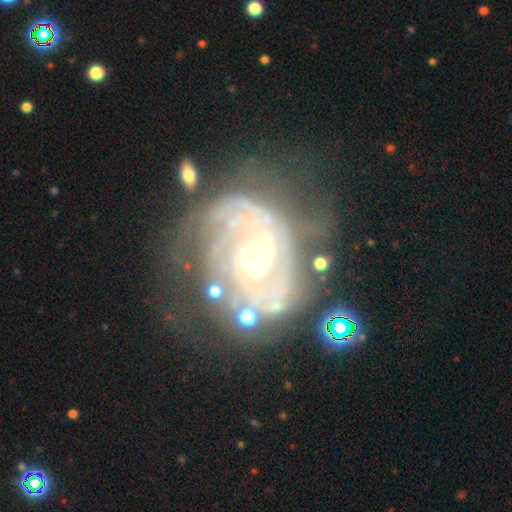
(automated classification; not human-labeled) featured or disk 89%, star or artifact 6%, smooth 5%. Down the decision tree: edge-on disk — no (97%); bar — no (68%); spiral arms — yes (95%); spiral arm count — 2 (33%); spiral winding — tight (70%); bulge size — moderate (56%); merging — none (56%).